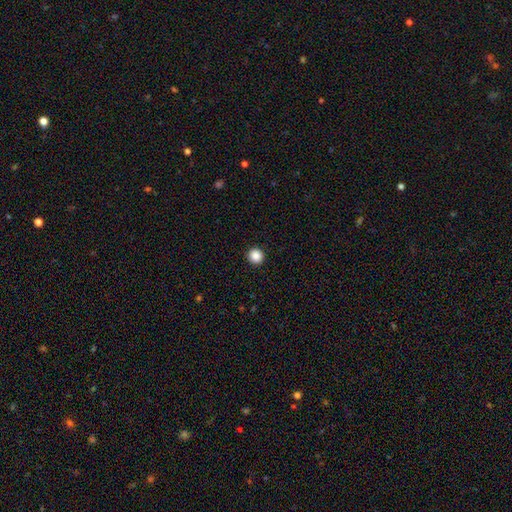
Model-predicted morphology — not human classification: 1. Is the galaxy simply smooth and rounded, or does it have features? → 88% smooth, 10% star or artifact, 3% featured or disk.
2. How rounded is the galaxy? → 93% round, 6% in between, 1% cigar-shaped.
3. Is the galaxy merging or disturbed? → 93% none, 4% minor disturbance, 2% major disturbance, 1% merger.